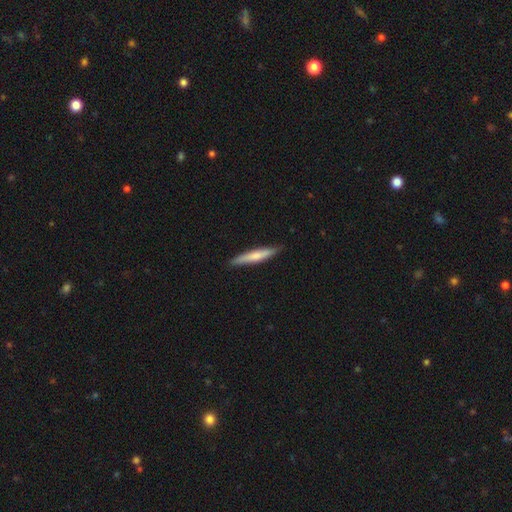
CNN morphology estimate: Overall: smooth (65%; featured or disk 30%). How rounded: cigar-shaped (93%). Merging: none (89%).